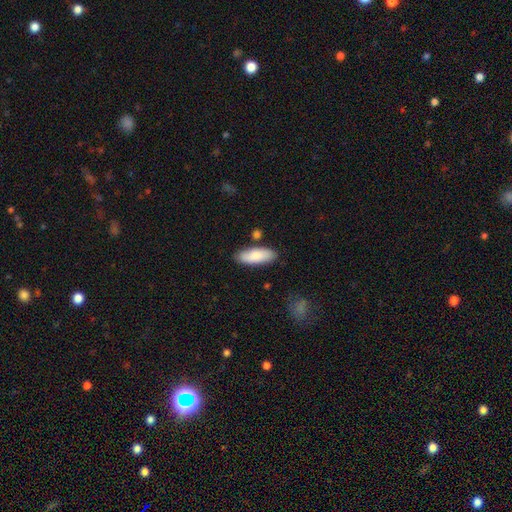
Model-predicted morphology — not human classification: type=smooth (82%); roundness=in between (74%); merging=none (81%).